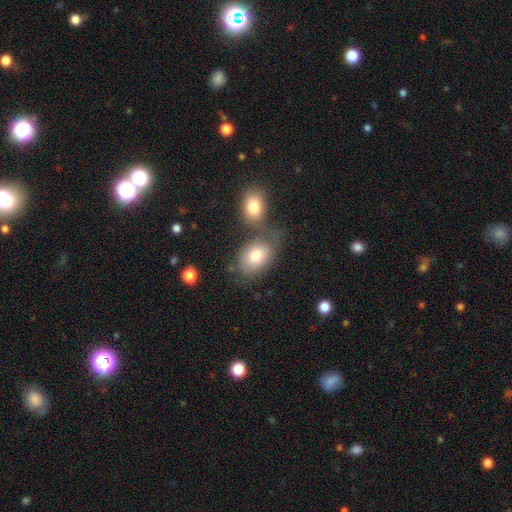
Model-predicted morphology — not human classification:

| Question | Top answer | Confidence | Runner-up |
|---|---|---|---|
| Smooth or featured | smooth | 79% | featured or disk (12%) |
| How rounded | in between | 78% | round (21%) |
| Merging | none | 49% | merger (30%) |